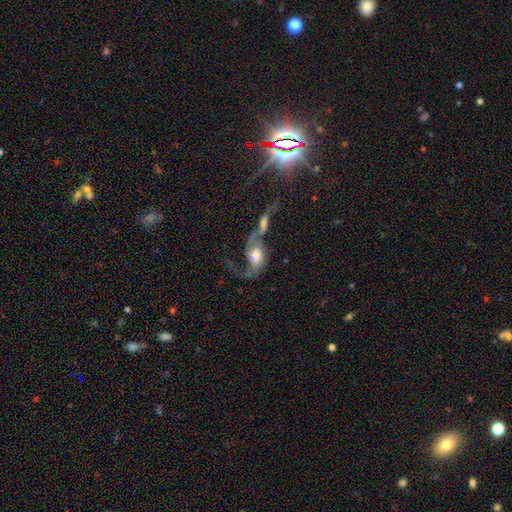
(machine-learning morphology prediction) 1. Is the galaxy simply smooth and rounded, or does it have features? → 69% featured or disk, 23% smooth, 8% star or artifact.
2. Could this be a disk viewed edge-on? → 94% no, 6% yes.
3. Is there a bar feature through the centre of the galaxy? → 53% no, 36% weak, 11% strong.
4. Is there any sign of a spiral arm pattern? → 84% yes, 16% no.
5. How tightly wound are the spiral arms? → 70% loose, 23% medium, 7% tight.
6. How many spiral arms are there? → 66% 2, 23% 1, 8% can't tell, 2% 3, 1% 4, 1% more than 4.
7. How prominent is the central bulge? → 59% moderate, 18% small, 18% large, 3% none, 2% dominant.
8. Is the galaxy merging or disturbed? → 62% merger, 17% major disturbance, 14% none, 7% minor disturbance.